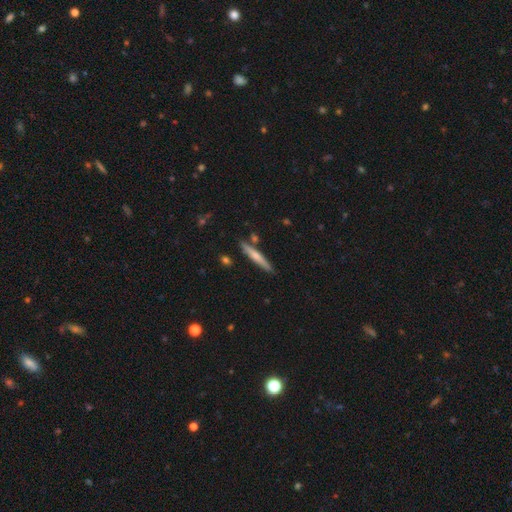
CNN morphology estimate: The model was most divided on "smooth or featured": smooth: 55%, featured or disk: 39%, star or artifact: 6%. More confident: how rounded — cigar-shaped (94%); merging — none (84%).